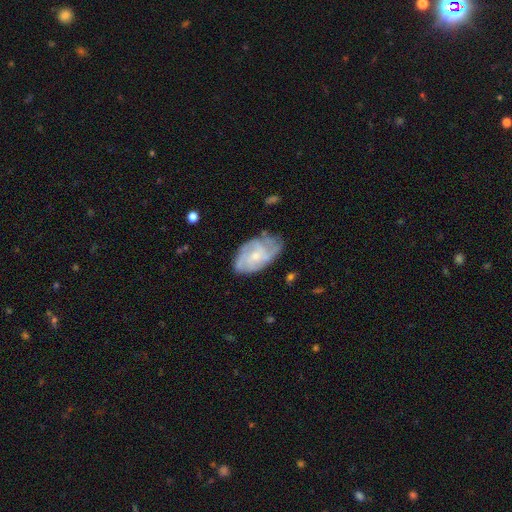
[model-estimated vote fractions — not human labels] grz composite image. It shows a featured or disk galaxy (74%) with no bar (72%), tight (46%) spiral arms (90%) and a small central bulge (64%). Merging: none (64%).